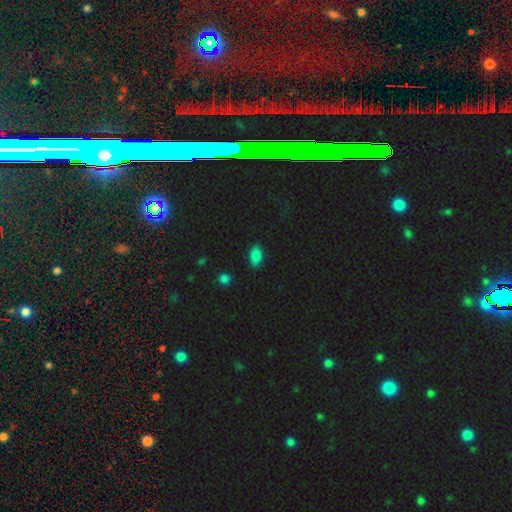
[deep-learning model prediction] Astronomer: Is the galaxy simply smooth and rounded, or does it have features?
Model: smooth — 83%.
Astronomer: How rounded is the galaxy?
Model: in between — 90%.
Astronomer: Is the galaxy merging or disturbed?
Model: none — 85%.